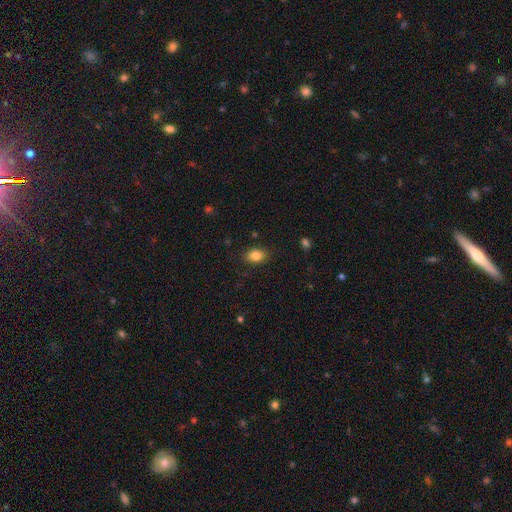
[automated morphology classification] Smooth or featured?
  - smooth: 84% *
  - star or artifact: 10%
  - featured or disk: 7%
How rounded?
  - in between: 72% *
  - round: 27%
  - cigar-shaped: 1%
Merging?
  - none: 86% *
  - minor disturbance: 10%
  - major disturbance: 3%
  - merger: 1%